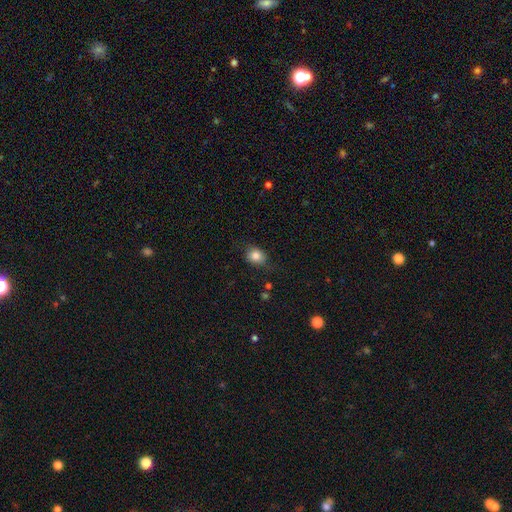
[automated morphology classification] This is clearly a smooth galaxy (83%). How rounded: possibly round (57%). Merging: likely none (75%).